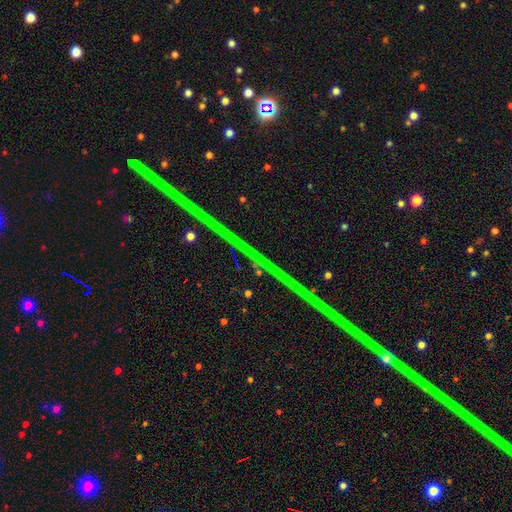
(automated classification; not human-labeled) This is clearly a star or artifact rather than a galaxy (87%).